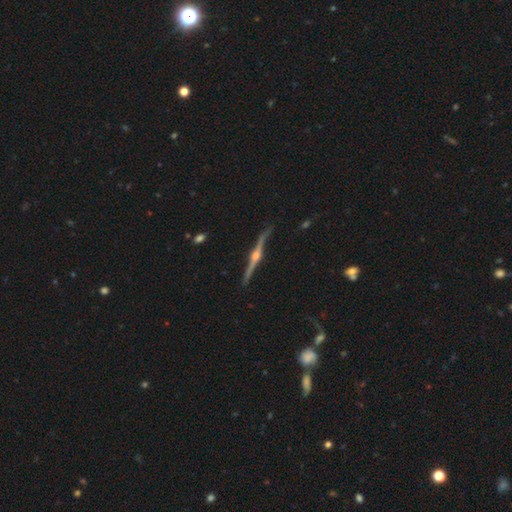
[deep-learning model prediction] The model was most divided on "merging": none: 86%, minor disturbance: 10%, major disturbance: 2%, merger: 2%. More confident: edge-on disk — yes (98%); edge-on bulge — rounded (94%); smooth or featured — featured or disk (89%).